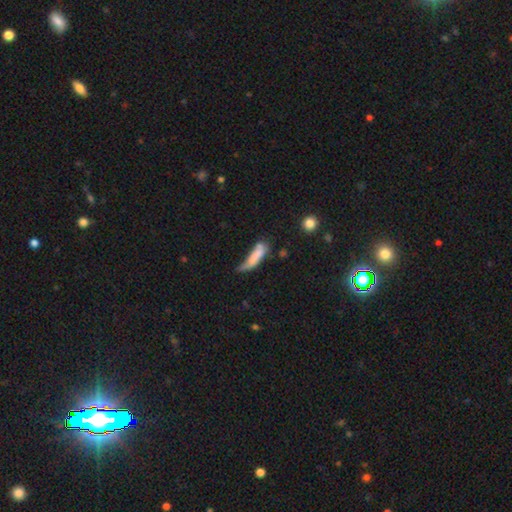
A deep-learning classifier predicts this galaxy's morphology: Smooth or featured? smooth (71%)
How rounded? cigar-shaped (66%)
Merging? minor disturbance (32%)